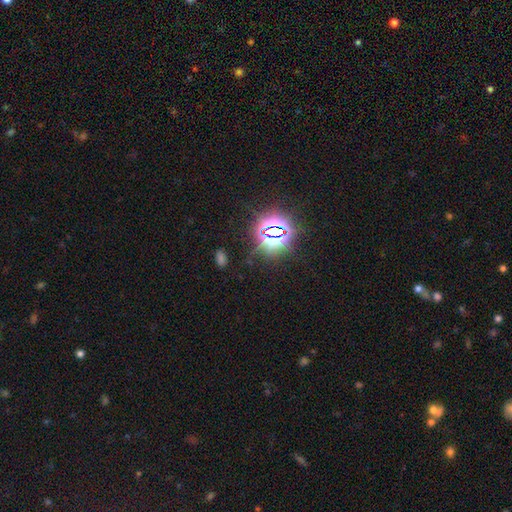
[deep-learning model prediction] This is likely a star or artifact rather than a galaxy (79%).